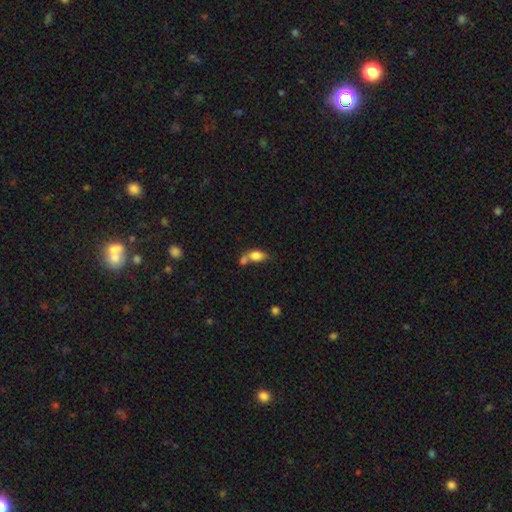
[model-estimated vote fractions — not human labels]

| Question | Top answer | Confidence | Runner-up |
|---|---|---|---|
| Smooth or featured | smooth | 77% | featured or disk (14%) |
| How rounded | in between | 83% | round (10%) |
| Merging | merger | 50% | none (30%) |